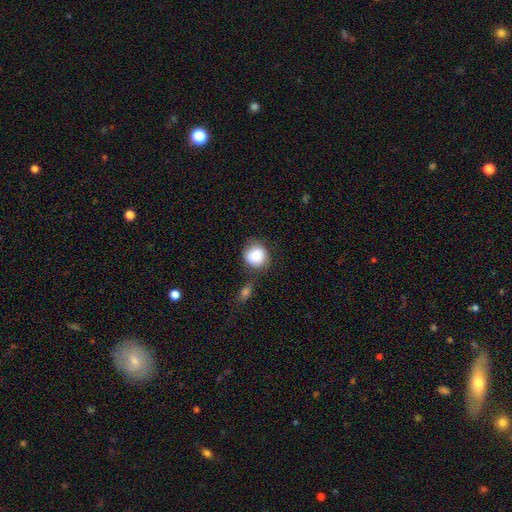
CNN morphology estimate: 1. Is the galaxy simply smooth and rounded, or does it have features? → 83% smooth, 10% featured or disk, 8% star or artifact.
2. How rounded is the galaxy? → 86% round, 13% in between, 1% cigar-shaped.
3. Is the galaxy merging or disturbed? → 65% none, 19% minor disturbance, 10% merger, 6% major disturbance.